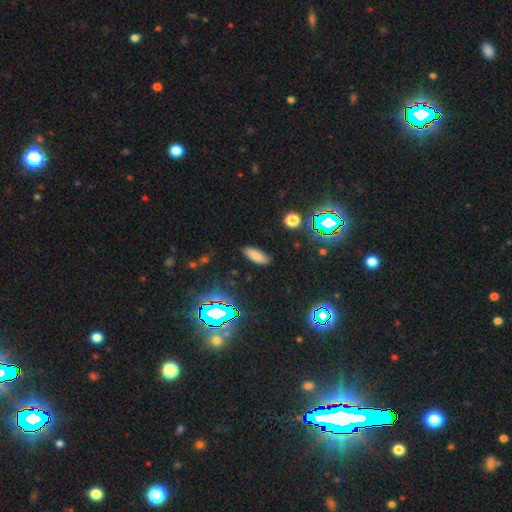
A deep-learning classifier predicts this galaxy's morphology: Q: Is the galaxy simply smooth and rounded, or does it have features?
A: smooth — 75%.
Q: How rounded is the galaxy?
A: in between — 69%.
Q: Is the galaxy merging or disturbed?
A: none — 86%.